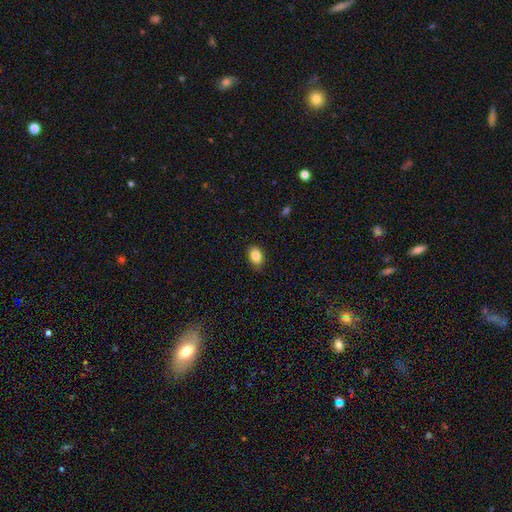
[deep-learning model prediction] Smooth or featured? smooth (87%)
How rounded? in between (84%)
Merging? none (84%)